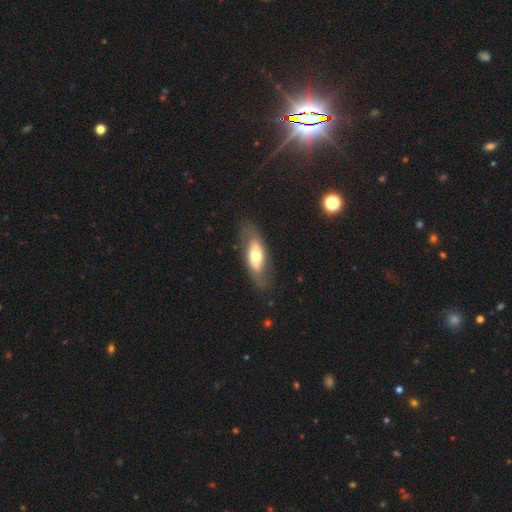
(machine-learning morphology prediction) Smooth or featured: smooth — 50% (featured or disk — 45%)
Merging: none — 76% (minor disturbance — 16%)